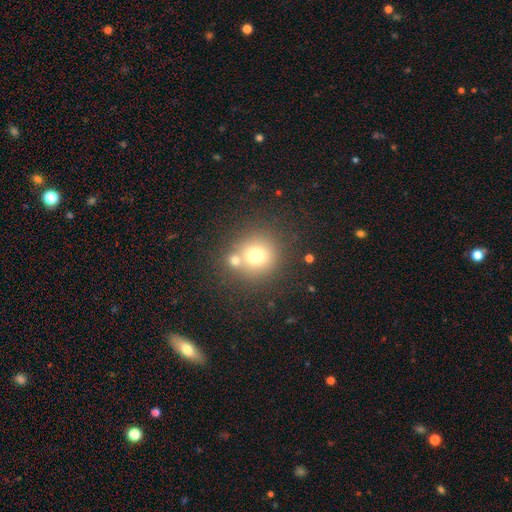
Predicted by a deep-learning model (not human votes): Q: Smooth or featured?
A: smooth (71%); runner-up: star or artifact (15%)
Q: How rounded?
A: round (89%); runner-up: in between (10%)
Q: Merging?
A: none (61%); runner-up: merger (26%)